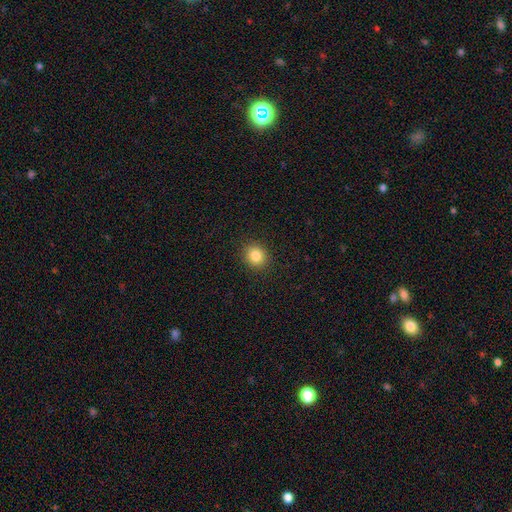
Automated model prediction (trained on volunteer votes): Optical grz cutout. It shows a smooth galaxy with no disk features (84%) that is round (79%). Merging: none (91%).